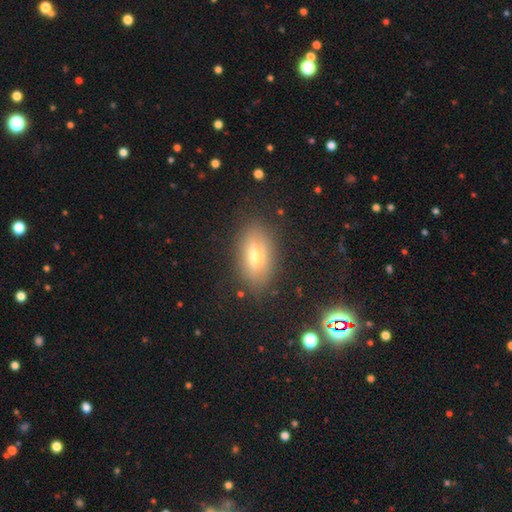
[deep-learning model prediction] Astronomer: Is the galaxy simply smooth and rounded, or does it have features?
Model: smooth — 50% (runner-up: featured or disk, 37%).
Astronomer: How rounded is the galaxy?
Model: in between — 80%.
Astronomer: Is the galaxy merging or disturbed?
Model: none — 82%.